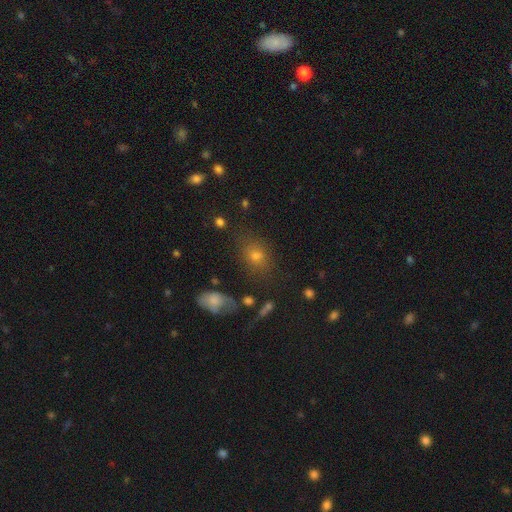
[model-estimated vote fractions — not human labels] smooth 69%, star or artifact 19%, featured or disk 12%. Down the decision tree: how rounded — in between (64%); merging — none (74%).